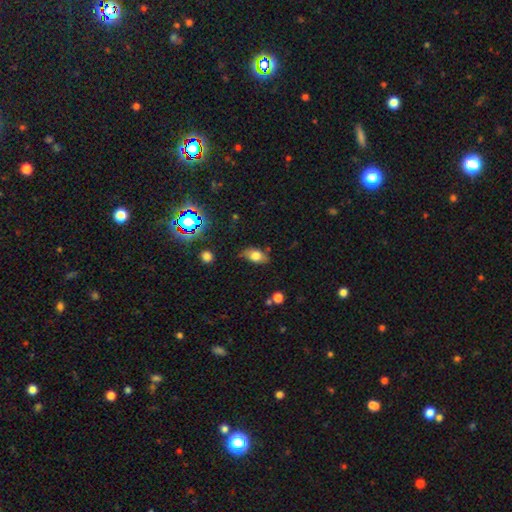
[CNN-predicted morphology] smooth-or-featured: smooth: 72% | featured or disk: 17% | star or artifact: 11%
  how-rounded: in between: 87% | round: 9% | cigar-shaped: 4%
  merging: none: 75% | minor disturbance: 19% | major disturbance: 4% | merger: 2%